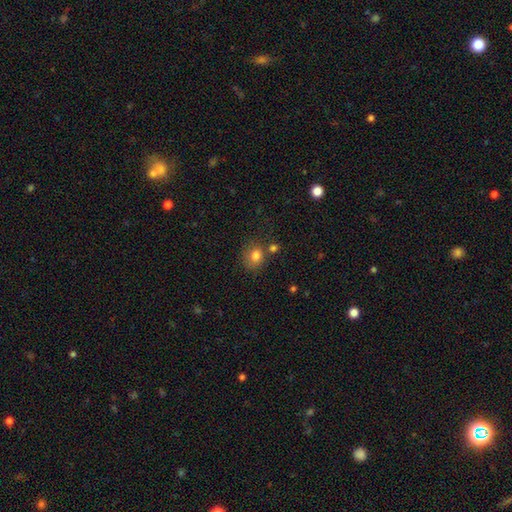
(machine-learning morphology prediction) The model was most divided on "how rounded": round: 71%, in between: 28%, cigar-shaped: 1%. More confident: smooth or featured — smooth (81%); merging — none (62%).